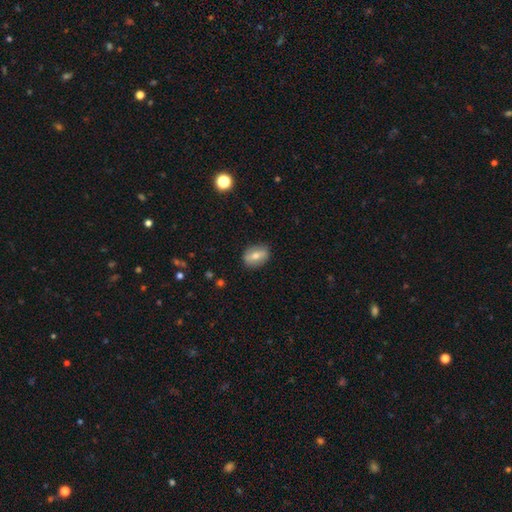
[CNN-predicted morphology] The model was most divided on "smooth or featured": smooth: 61%, featured or disk: 31%, star or artifact: 8%. More confident: merging — none (84%); how rounded — in between (76%).